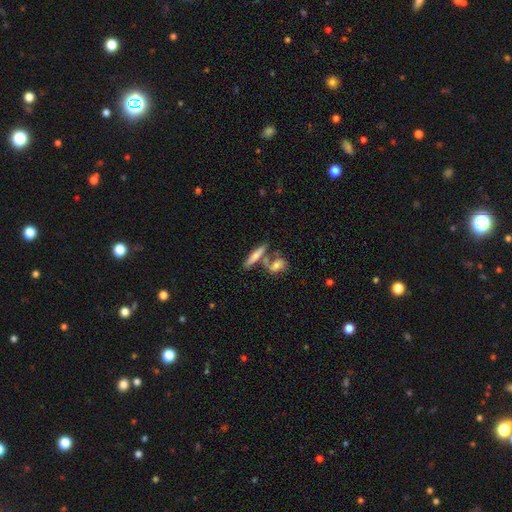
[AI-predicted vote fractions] Morphology: type=smooth (56%); roundness=cigar-shaped (75%); merging=none (53%).